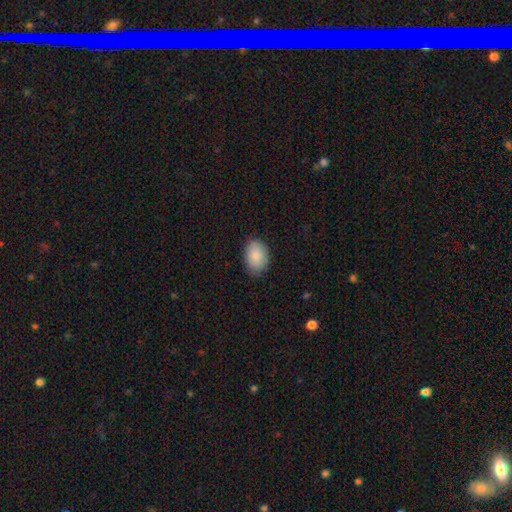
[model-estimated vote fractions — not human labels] Overall: smooth (86%). How rounded: in between (82%). Merging: none (81%).